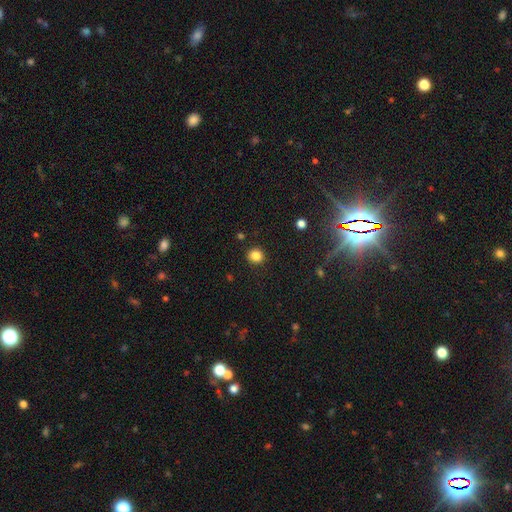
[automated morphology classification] This appears to be a smooth galaxy with no disk features (84%) that is round (90%). Merging: none (92%).